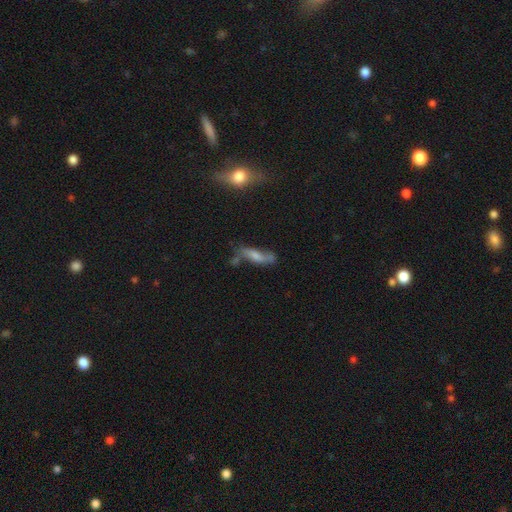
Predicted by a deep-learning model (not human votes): A featured or disk galaxy (49%).

Vote fractions:
- Smooth or featured? featured or disk: 49% / smooth: 39% / star or artifact: 12%
- Merging? none: 56% / minor disturbance: 22% / major disturbance: 11% / merger: 11%